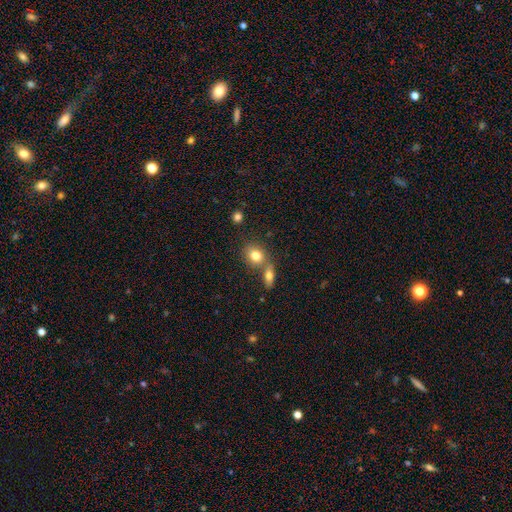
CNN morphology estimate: Overall: smooth (79%). How rounded: round (54%; in between 44%). Merging: none (48%; merger 40%).